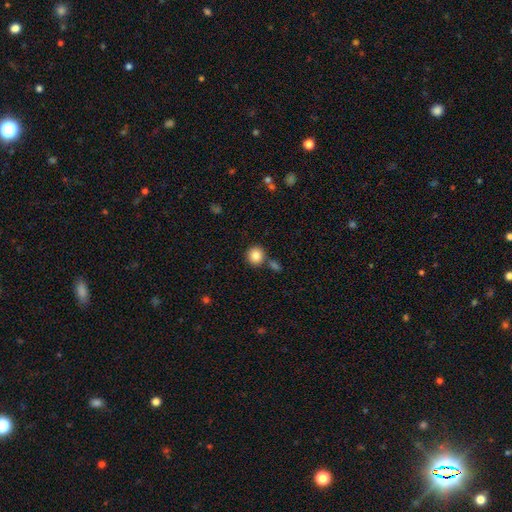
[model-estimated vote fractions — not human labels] This appears to be a smooth galaxy with no disk features (86%) that is round (89%). Merging: none (76%).